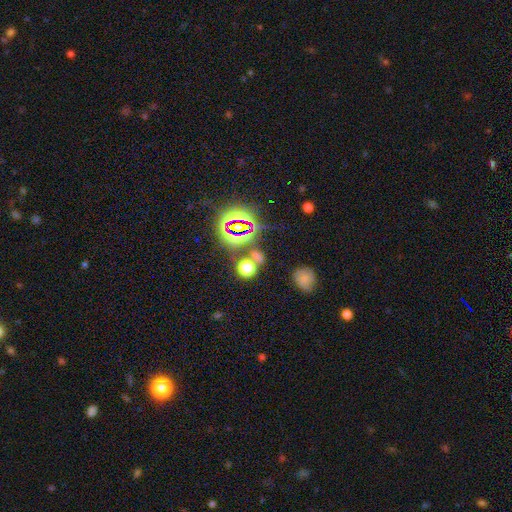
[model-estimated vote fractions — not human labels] Q: Smooth or featured?
A: star or artifact (51%); runner-up: smooth (40%)